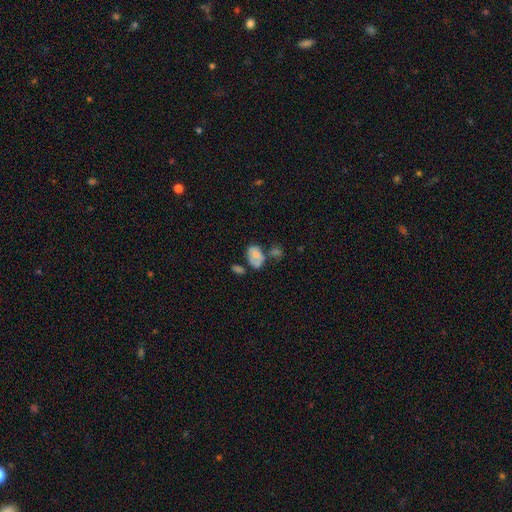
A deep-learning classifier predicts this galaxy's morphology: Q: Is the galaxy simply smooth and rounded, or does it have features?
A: smooth — 62%.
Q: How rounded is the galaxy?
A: in between — 85%.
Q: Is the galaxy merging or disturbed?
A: none — 33%.